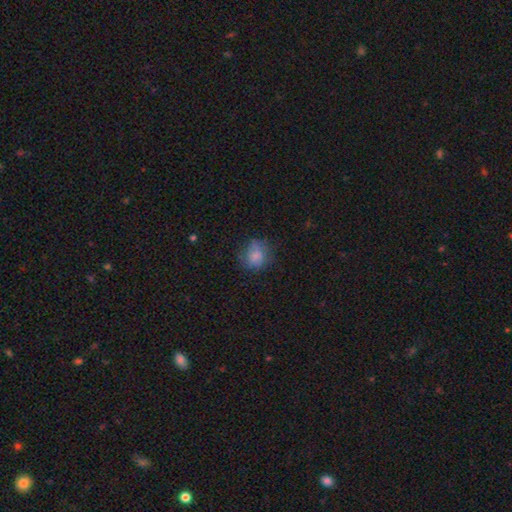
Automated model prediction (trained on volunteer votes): A smooth galaxy with no disk features (76%) that is round (67%). Merging: none (64%).